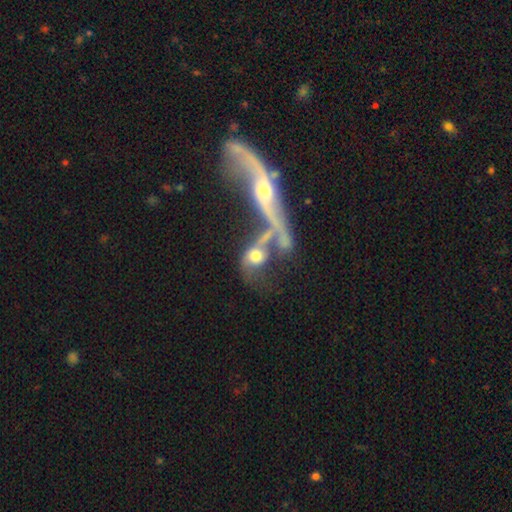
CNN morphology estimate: smooth 45%, featured or disk 42%, star or artifact 13%. Down the decision tree: merging — merger (56%).